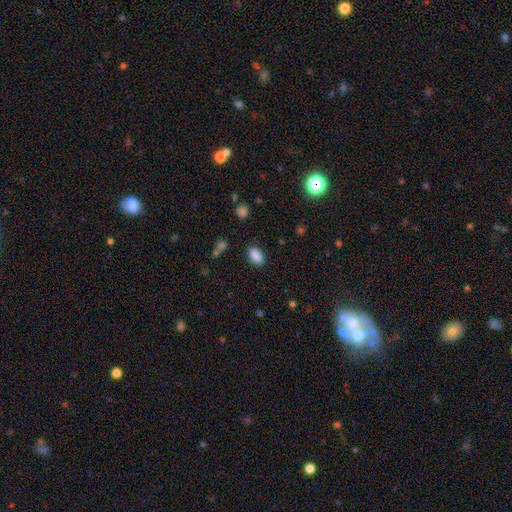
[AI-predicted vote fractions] Overall: smooth (87%). How rounded: in between (91%). Merging: none (85%).